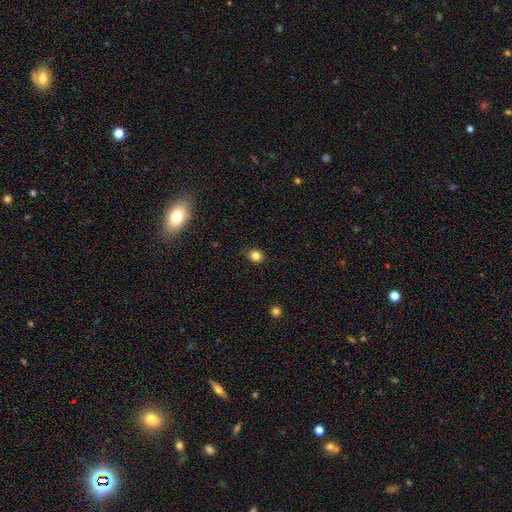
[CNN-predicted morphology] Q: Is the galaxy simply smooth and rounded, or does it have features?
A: smooth — 82%.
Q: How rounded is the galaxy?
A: round — 72%.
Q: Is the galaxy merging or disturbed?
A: none — 85%.